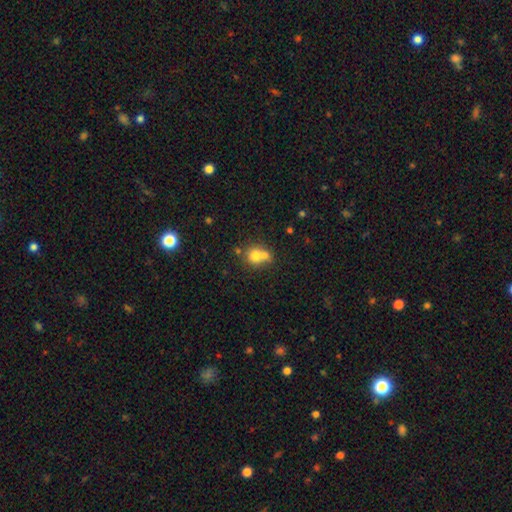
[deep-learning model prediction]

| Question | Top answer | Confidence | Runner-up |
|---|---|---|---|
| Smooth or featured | smooth | 71% | featured or disk (16%) |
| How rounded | round | 78% | in between (21%) |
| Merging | merger | 51% | none (37%) |